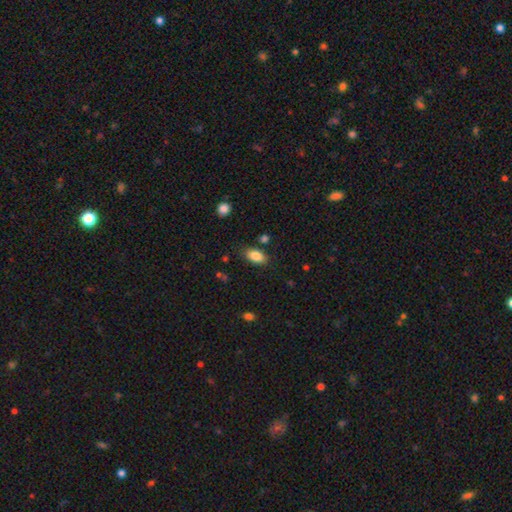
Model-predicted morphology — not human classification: Smooth or featured? Predicted: smooth (p=0.85). How rounded? Predicted: in between (p=0.91). Merging? Predicted: none (p=0.82).